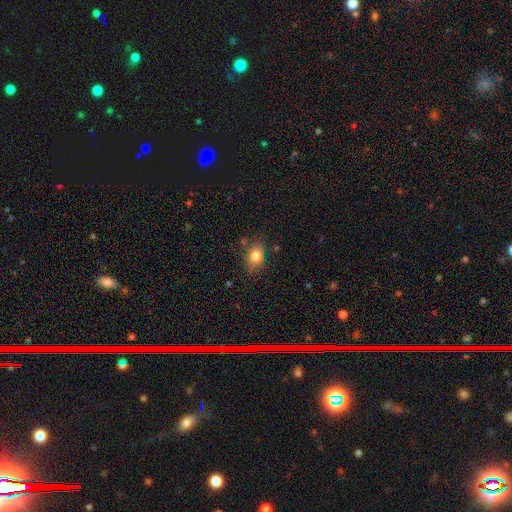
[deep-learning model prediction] Smooth or featured?
  - smooth: 82% *
  - star or artifact: 9%
  - featured or disk: 9%
How rounded?
  - in between: 68% *
  - round: 31%
  - cigar-shaped: 1%
Merging?
  - none: 74% *
  - minor disturbance: 19%
  - major disturbance: 4%
  - merger: 3%